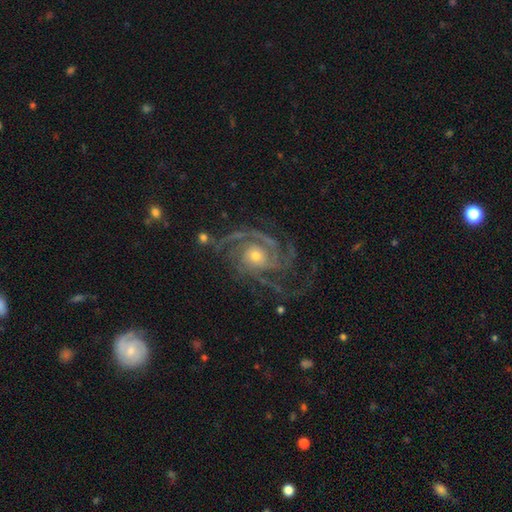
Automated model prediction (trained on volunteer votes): smooth-or-featured: featured or disk: 92% | star or artifact: 5% | smooth: 3%
  disk-edge-on: no: 98% | yes: 2%
    bar: no: 74% | weak: 19% | strong: 7%
    has-spiral-arms: yes: 98% | no: 2%
      spiral-winding: tight: 56% | medium: 37% | loose: 7%
      spiral-arm-count: 3: 33% | 4: 26% | 2: 13% | can't tell: 12% | more than 4: 9% | 1: 7%
    bulge-size: small: 53% | moderate: 41% | large: 3% | none: 1% | dominant: 1%
  merging: none: 65% | minor disturbance: 18% | major disturbance: 15% | merger: 2%